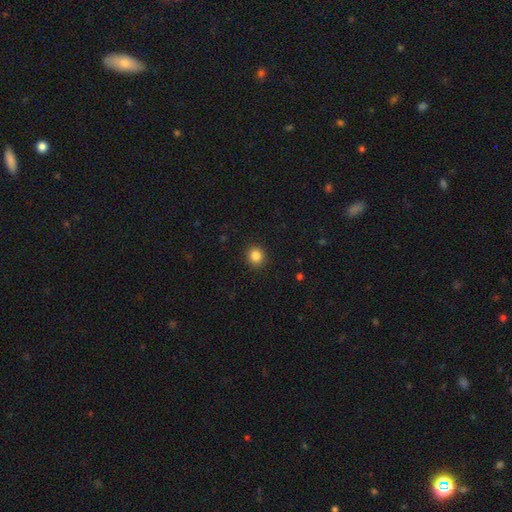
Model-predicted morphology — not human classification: Smooth or featured: smooth — 84% (star or artifact — 11%)
How rounded: round — 84% (in between — 15%)
Merging: none — 92% (minor disturbance — 6%)